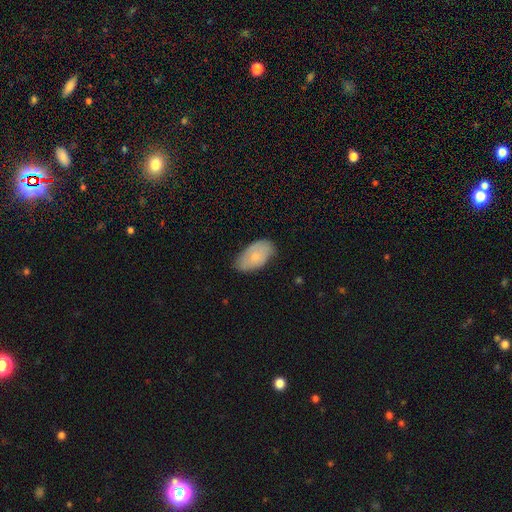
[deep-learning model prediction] This is likely a smooth galaxy (69%). How rounded: clearly in between (94%). Merging: likely none (74%).